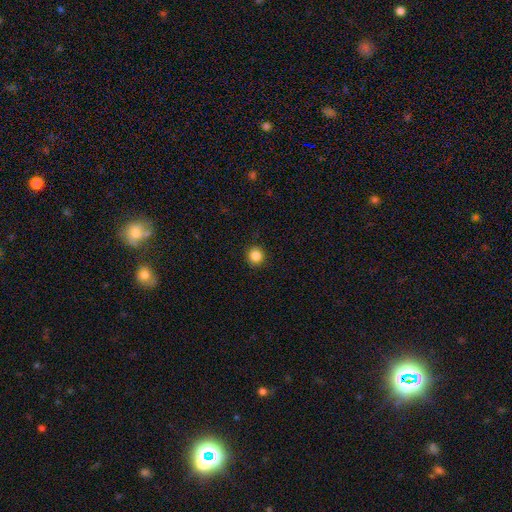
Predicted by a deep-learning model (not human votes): Smooth or featured? smooth (86%)
How rounded? round (93%)
Merging? none (92%)